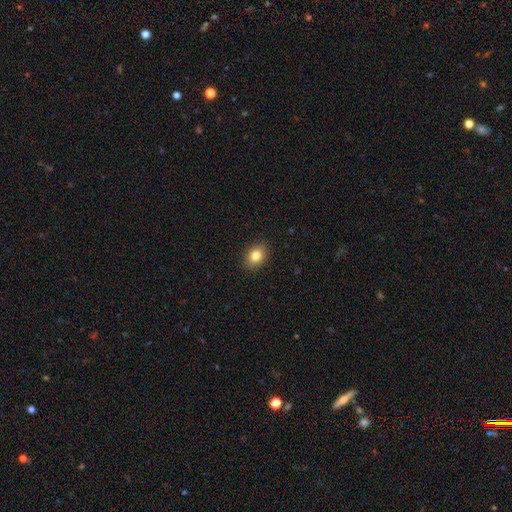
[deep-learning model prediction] A smooth galaxy with no disk features (83%) that is in between round and cigar-shaped (66%). Merging: none (89%).